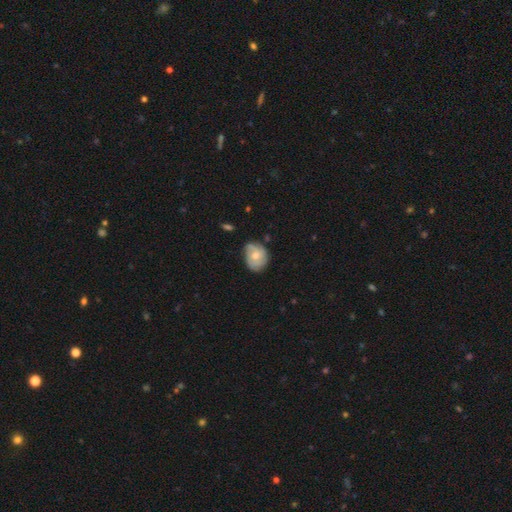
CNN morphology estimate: Smooth or featured? Predicted: featured or disk (p=0.56). Edge-on disk? Predicted: no (p=0.97). Bar? Predicted: no (p=0.74). Spiral arms? Predicted: yes (p=0.83). Bulge size? Predicted: moderate (p=0.60). Merging? Predicted: none (p=0.65).